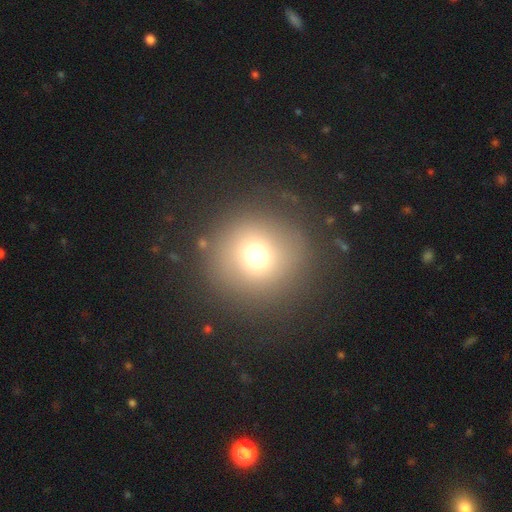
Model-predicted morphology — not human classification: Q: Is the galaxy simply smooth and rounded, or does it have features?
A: smooth — 70%.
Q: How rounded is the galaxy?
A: round — 95%.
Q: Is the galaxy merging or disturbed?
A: none — 86%.